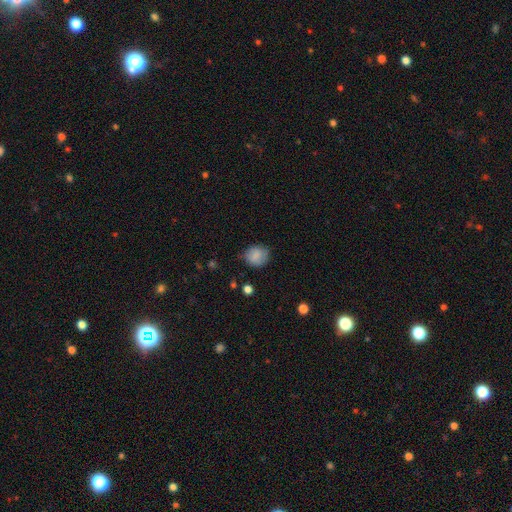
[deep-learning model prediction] This is clearly a smooth galaxy (83%). How rounded: likely round (75%). Merging: likely none (74%).